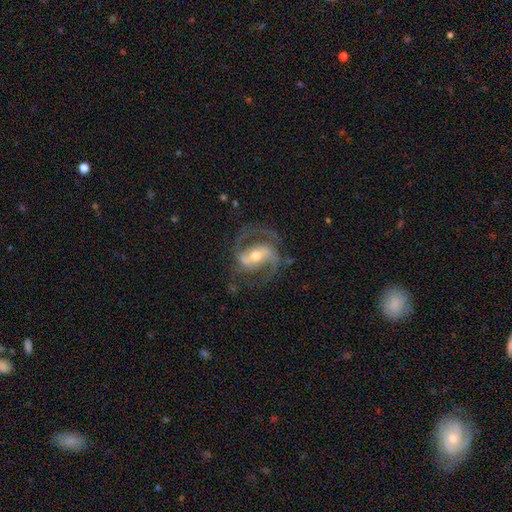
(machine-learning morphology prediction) A featured or disk galaxy (89%) with a strong bar (48%), 2 (86%) medium (58%) spiral arms (95%) and a moderate central bulge (63%).

Vote fractions:
- Smooth or featured? featured or disk: 89% / smooth: 6% / star or artifact: 5%
- Edge-on disk? no: 97% / yes: 3%
- Bar? strong: 48% / weak: 35% / no: 17%
- Spiral arms? yes: 95% / no: 5%
- Spiral winding? medium: 58% / loose: 22% / tight: 20%
- Spiral arm count? 2: 86% / 3: 5% / can't tell: 4% / 1: 2% / 4: 1% / more than 4: 1%
- Bulge size? moderate: 63% / small: 30% / large: 5% / none: 1% / dominant: 1%
- Merging? none: 69% / minor disturbance: 16% / major disturbance: 13% / merger: 2%